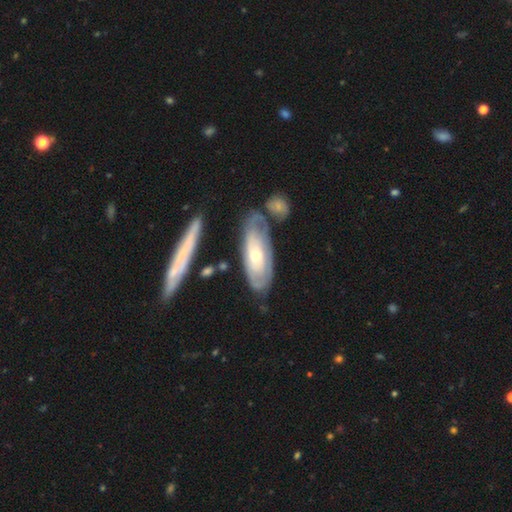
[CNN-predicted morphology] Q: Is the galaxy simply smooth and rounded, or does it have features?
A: featured or disk — 65%.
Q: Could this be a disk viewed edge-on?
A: no — 82%.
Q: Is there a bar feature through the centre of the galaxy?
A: no — 80%.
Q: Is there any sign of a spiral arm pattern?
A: yes — 64%.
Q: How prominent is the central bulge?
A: moderate — 61%.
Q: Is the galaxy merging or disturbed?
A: none — 62%.